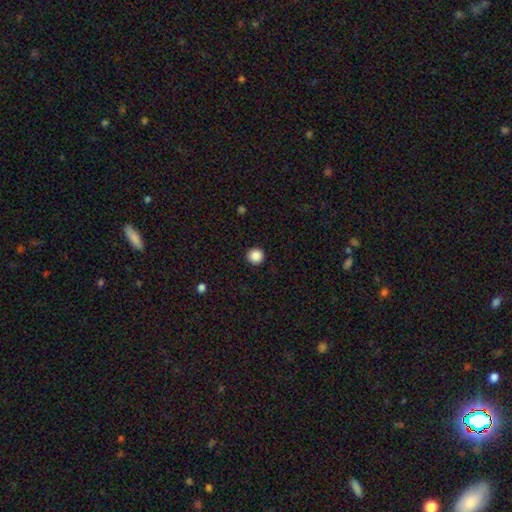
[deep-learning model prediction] smooth 88%, star or artifact 10%, featured or disk 3%. Down the decision tree: how rounded — round (95%); merging — none (93%).